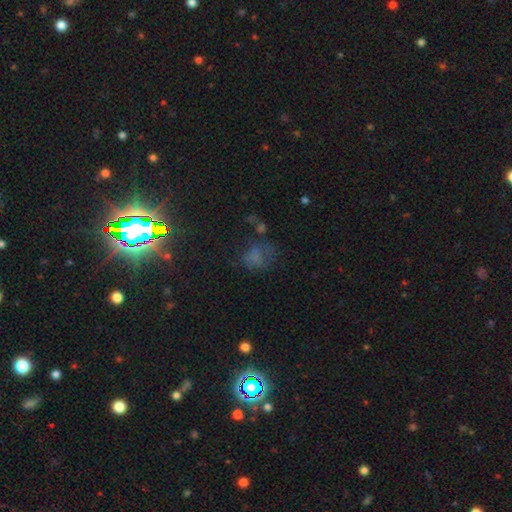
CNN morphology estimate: A smooth galaxy with no disk features (47%).

Vote fractions:
- Smooth or featured? smooth: 47% / star or artifact: 33% / featured or disk: 20%
- Merging? none: 44% / major disturbance: 26% / minor disturbance: 23% / merger: 7%